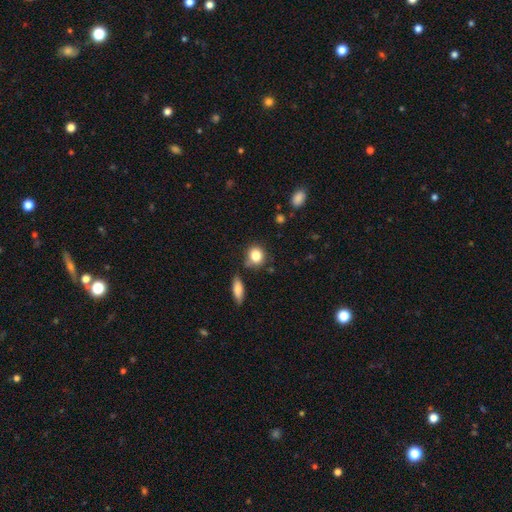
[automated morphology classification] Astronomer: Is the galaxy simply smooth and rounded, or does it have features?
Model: smooth — 83%.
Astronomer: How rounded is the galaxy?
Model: round — 73%.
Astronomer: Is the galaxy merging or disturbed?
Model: none — 72%.